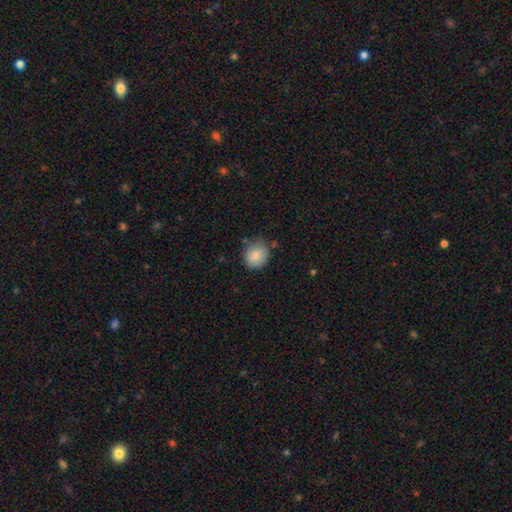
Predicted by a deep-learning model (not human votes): smooth_or_featured: smooth (p=0.81) [alt: featured or disk p=0.11]
how_rounded: round (p=0.78) [alt: in between p=0.21]
merging: none (p=0.75) [alt: minor disturbance p=0.18]